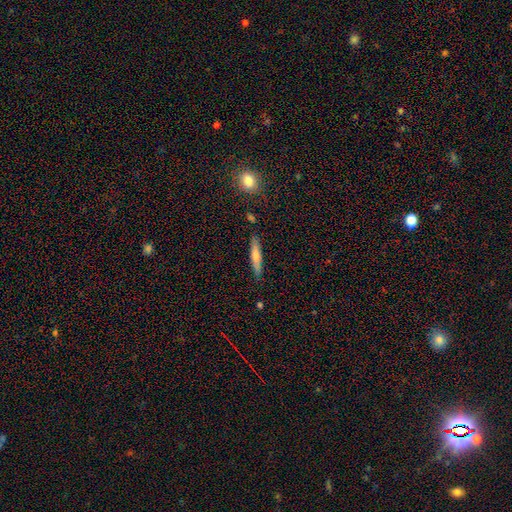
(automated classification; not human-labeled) Overall: featured or disk (48%; smooth 44%). Merging: none (87%).